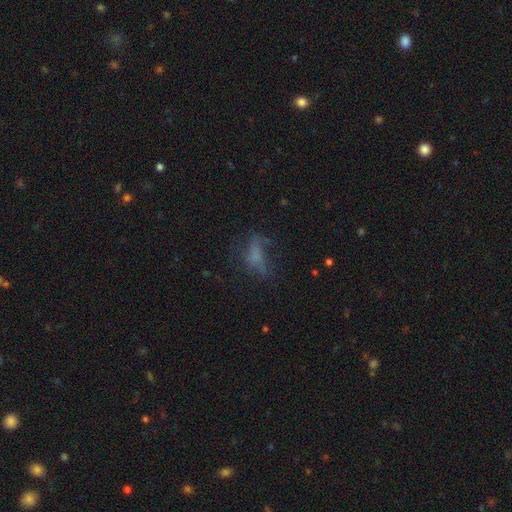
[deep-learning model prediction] This appears to be a smooth galaxy with no disk features (42%). Merging: none (45%).